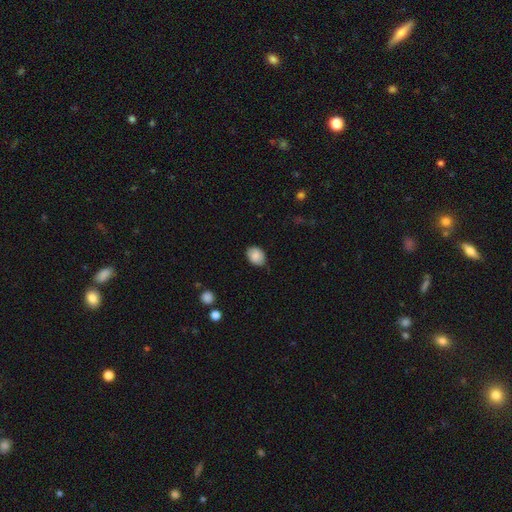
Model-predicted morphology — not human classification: smooth_or_featured: smooth (p=0.86) [alt: star or artifact p=0.07]
how_rounded: in between (p=0.67) [alt: round p=0.32]
merging: none (p=0.78) [alt: minor disturbance p=0.18]